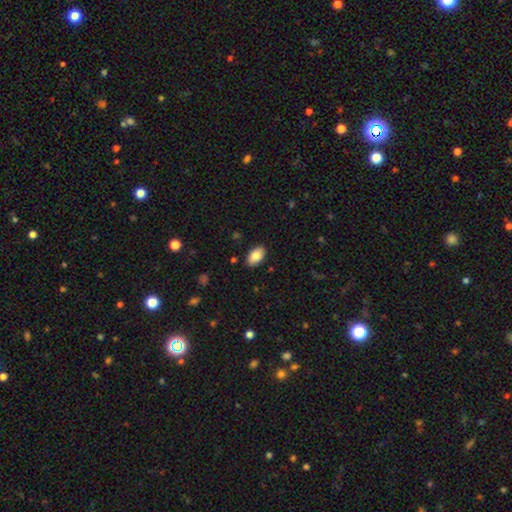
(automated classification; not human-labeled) smooth 84%, featured or disk 9%, star or artifact 7%. Down the decision tree: how rounded — in between (93%); merging — none (88%).